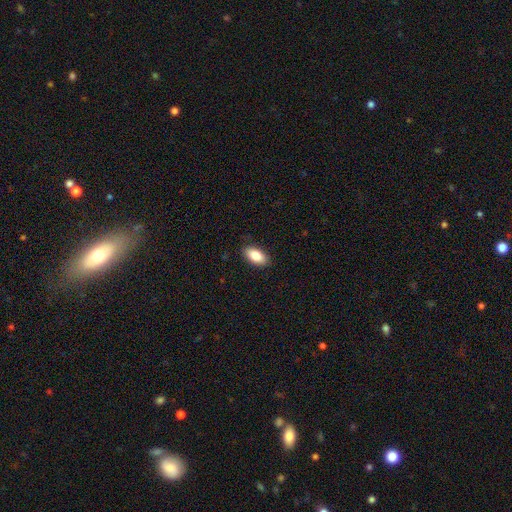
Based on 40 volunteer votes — Smooth or featured?
  - smooth: 90% *
  - star or artifact: 10%
  - featured or disk: 0%
How rounded?
  - in between: 92% *
  - cigar-shaped: 6%
  - round: 3%
Merging?
  - none: 86% *
  - minor disturbance: 11%
  - major disturbance: 3%
  - merger: 0%